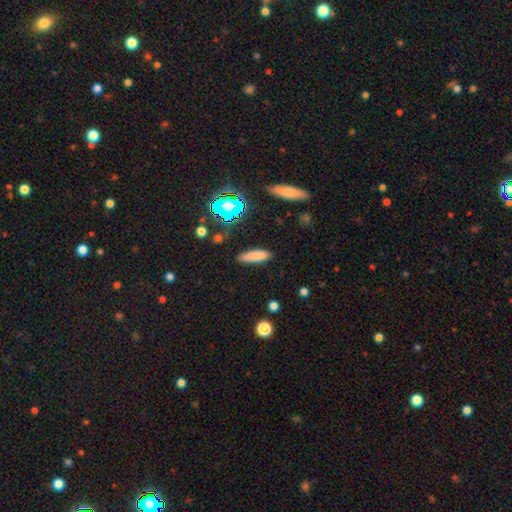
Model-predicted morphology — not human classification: smooth 81%, star or artifact 11%, featured or disk 9%. Down the decision tree: how rounded — cigar-shaped (61%); merging — none (83%).